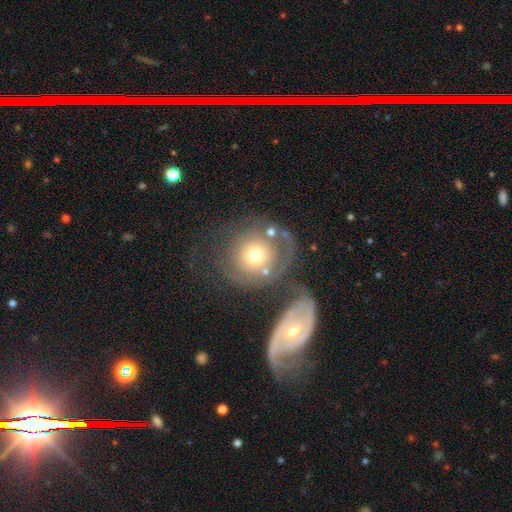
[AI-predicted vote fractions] featured or disk 51%, smooth 41%, star or artifact 8%. Down the decision tree: edge-on disk — no (96%); merging — none (43%).